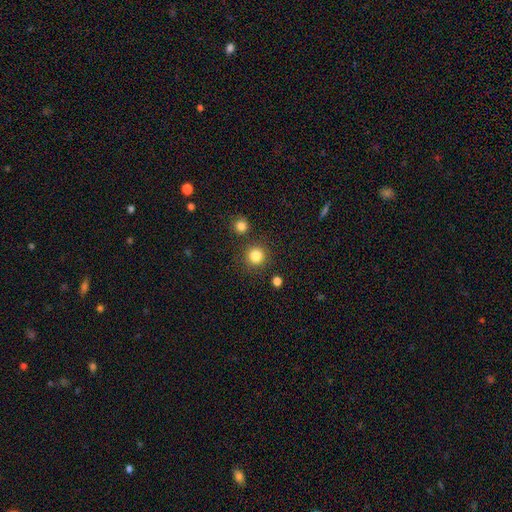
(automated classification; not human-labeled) This is clearly a smooth galaxy (84%). How rounded: clearly round (94%). Merging: clearly none (86%).